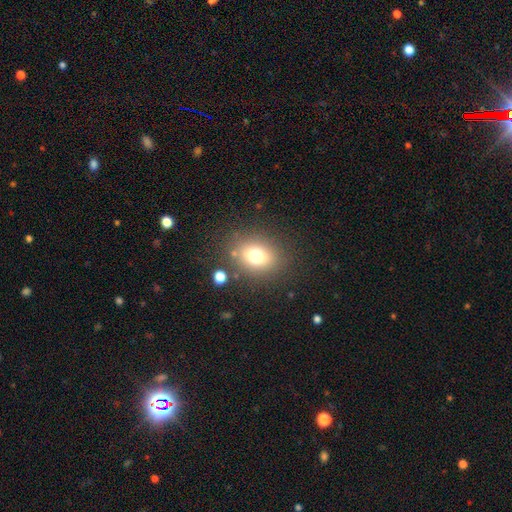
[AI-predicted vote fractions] Smooth or featured?
  - smooth: 72% *
  - star or artifact: 15%
  - featured or disk: 13%
How rounded?
  - round: 52% *
  - in between: 47%
  - cigar-shaped: 1%
Merging?
  - none: 79% *
  - minor disturbance: 11%
  - major disturbance: 5%
  - merger: 5%